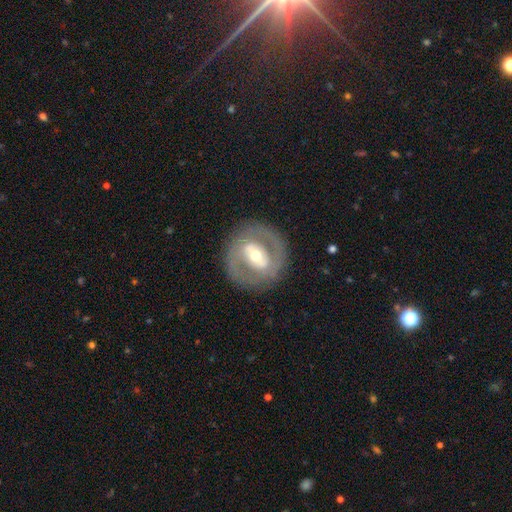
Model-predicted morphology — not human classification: A featured or disk galaxy (72%) with a strong bar (40%), no spiral arms (54%) and a moderate central bulge (60%). Merging: none (82%).